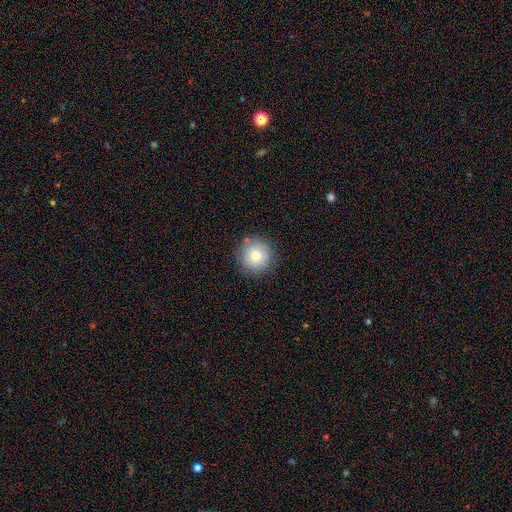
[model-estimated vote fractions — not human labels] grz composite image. It shows a smooth galaxy with no disk features (76%) that is round (95%). Merging: none (86%).